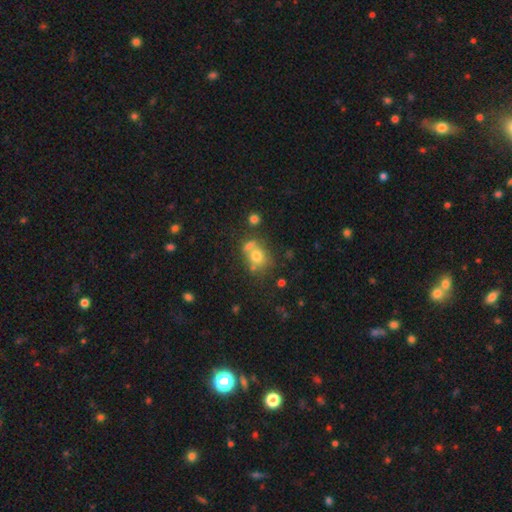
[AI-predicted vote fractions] A smooth galaxy with no disk features (66%) that is round (71%). Merging: none (44%).